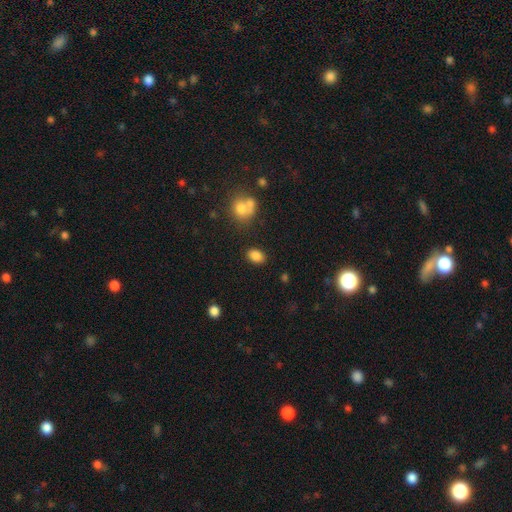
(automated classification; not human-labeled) This is clearly a smooth galaxy (85%). How rounded: likely in between (78%). Merging: clearly none (82%).